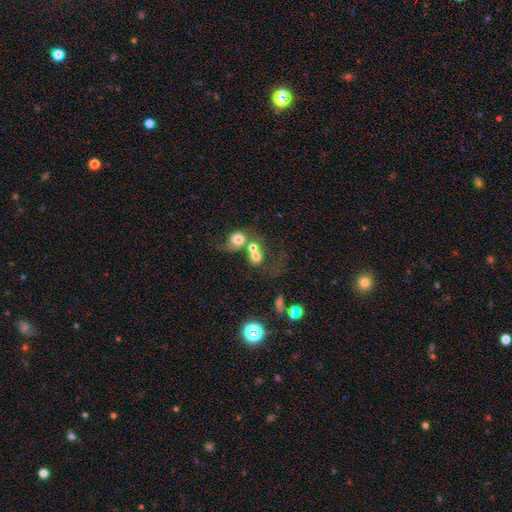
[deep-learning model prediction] Smooth or featured? smooth (59%)
How rounded? round (74%)
Merging? merger (60%)